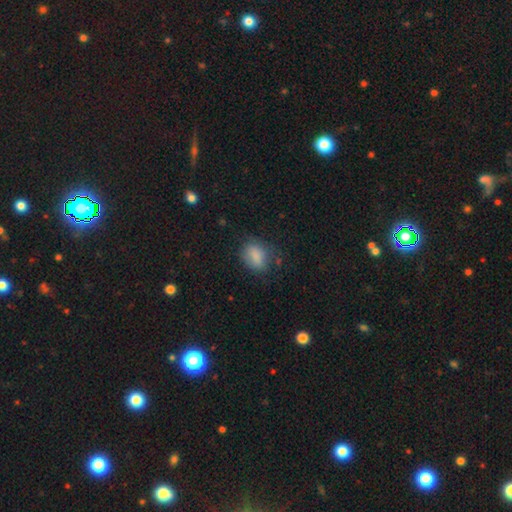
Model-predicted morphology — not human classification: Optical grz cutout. It shows a smooth galaxy with no disk features (83%) that is in between round and cigar-shaped (68%). Merging: none (67%).